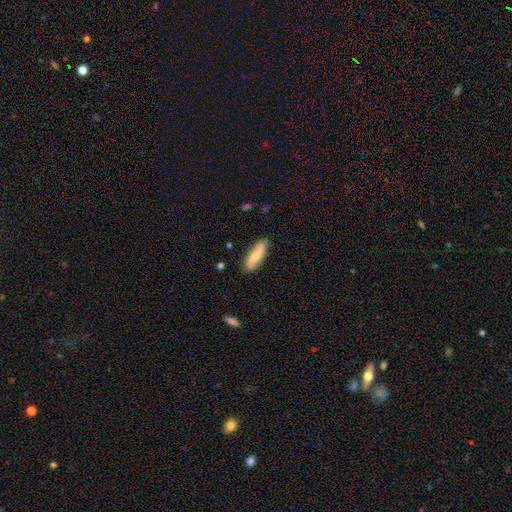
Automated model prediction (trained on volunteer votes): smooth_or_featured: smooth (p=0.50) [alt: featured or disk p=0.44]
merging: none (p=0.83) [alt: minor disturbance p=0.13]